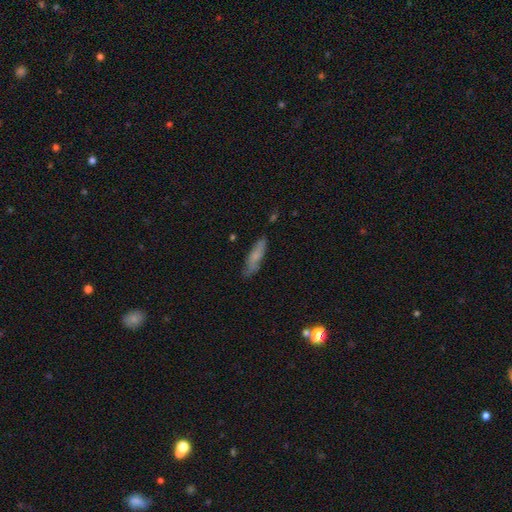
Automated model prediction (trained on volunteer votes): Smooth or featured? smooth (66%)
How rounded? cigar-shaped (72%)
Merging? none (75%)